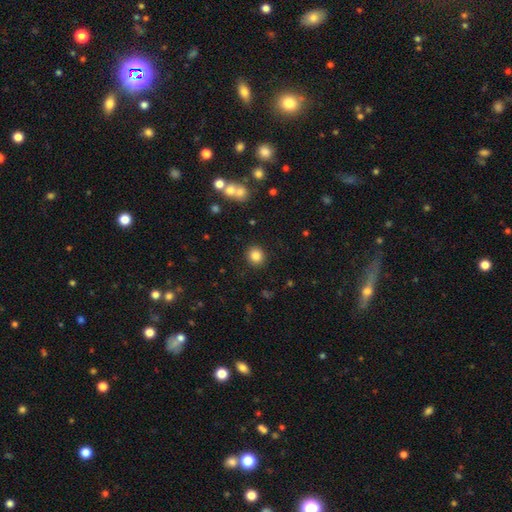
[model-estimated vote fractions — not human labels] A smooth galaxy with no disk features (84%) that is round (88%).

Vote fractions:
- Smooth or featured? smooth: 84% / star or artifact: 11% / featured or disk: 5%
- How rounded? round: 88% / in between: 11% / cigar-shaped: 1%
- Merging? none: 91% / minor disturbance: 5% / major disturbance: 2% / merger: 2%